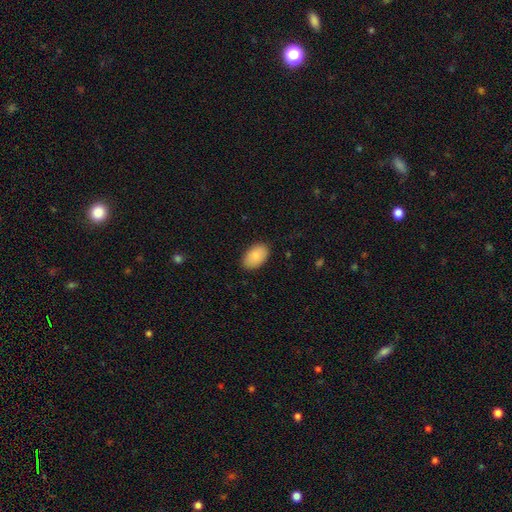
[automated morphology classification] The model was most divided on "merging": none: 87%, minor disturbance: 10%, major disturbance: 2%, merger: 1%. More confident: how rounded — in between (93%); smooth or featured — smooth (87%).